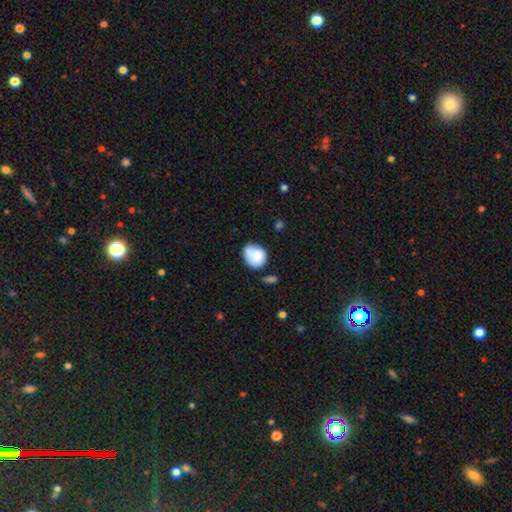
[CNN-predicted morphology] Smooth or featured: smooth — 82% (featured or disk — 11%)
How rounded: round — 54% (in between — 45%)
Merging: none — 53% (minor disturbance — 29%)